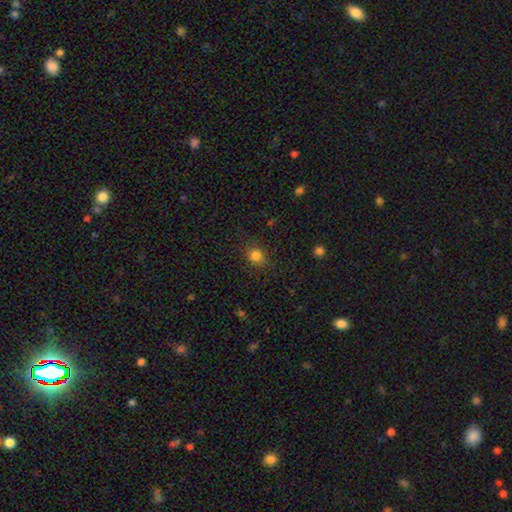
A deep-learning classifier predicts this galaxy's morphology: Smooth or featured? smooth (82%)
How rounded? round (80%)
Merging? none (85%)